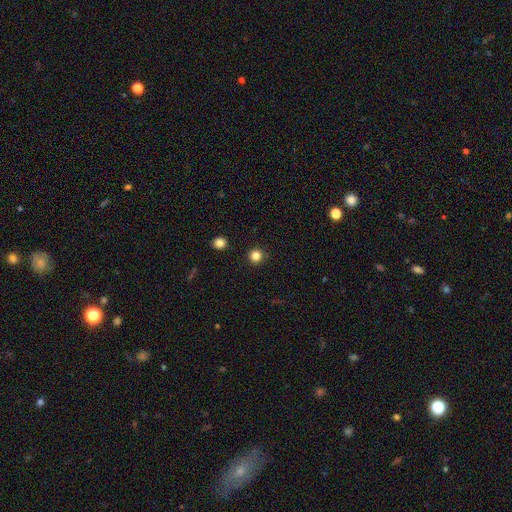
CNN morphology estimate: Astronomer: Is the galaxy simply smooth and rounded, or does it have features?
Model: smooth — 83%.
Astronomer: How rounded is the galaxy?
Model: round — 95%.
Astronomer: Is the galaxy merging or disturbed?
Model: none — 93%.